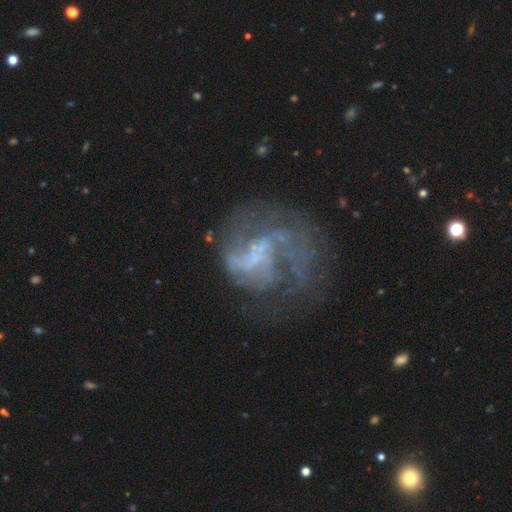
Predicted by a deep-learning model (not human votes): The model was most divided on "merging": none: 42%, major disturbance: 38%, minor disturbance: 16%, merger: 5%. Remaining: edge-on disk — no (98%); smooth or featured — featured or disk (76%); spiral arms — yes (70%); bulge size — none (59%); bar — no (57%); spiral winding — loose (47%); spiral arm count — can't tell (34%).